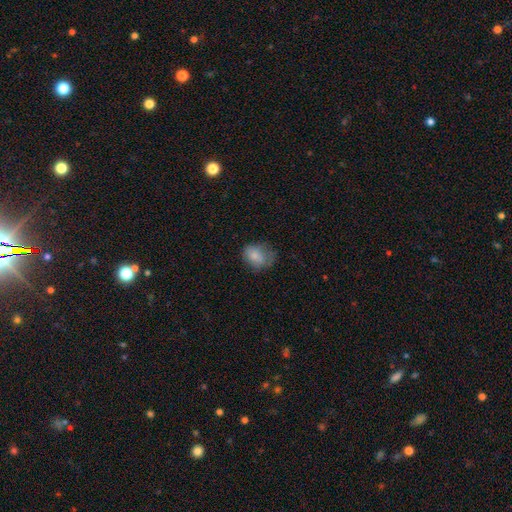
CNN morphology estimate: Smooth or featured? Predicted: smooth (p=0.78). How rounded? Predicted: in between (p=0.59). Merging? Predicted: none (p=0.43).